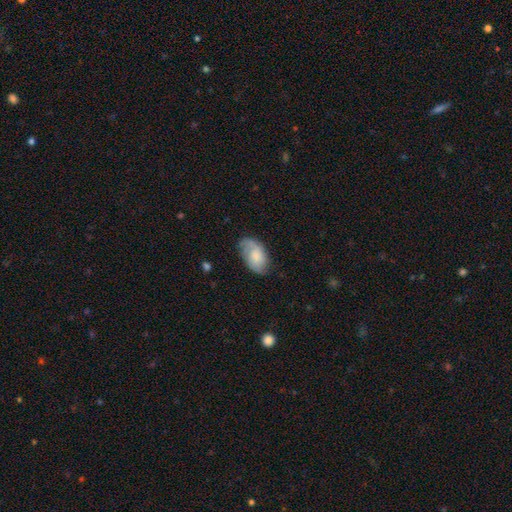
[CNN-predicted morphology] featured or disk 49%, smooth 44%, star or artifact 7%. Down the decision tree: merging — none (63%).